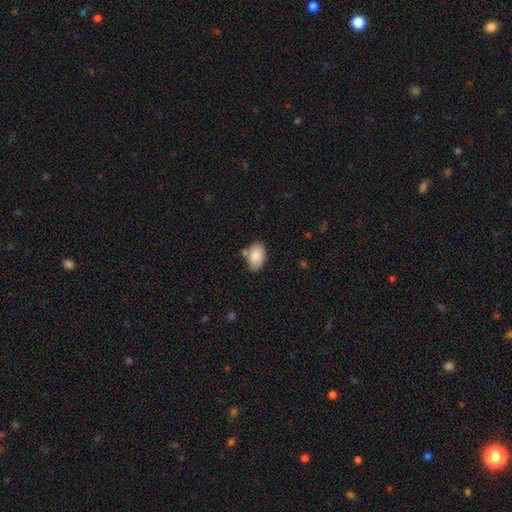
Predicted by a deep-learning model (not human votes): Smooth or featured? smooth (85%)
How rounded? in between (90%)
Merging? none (62%)